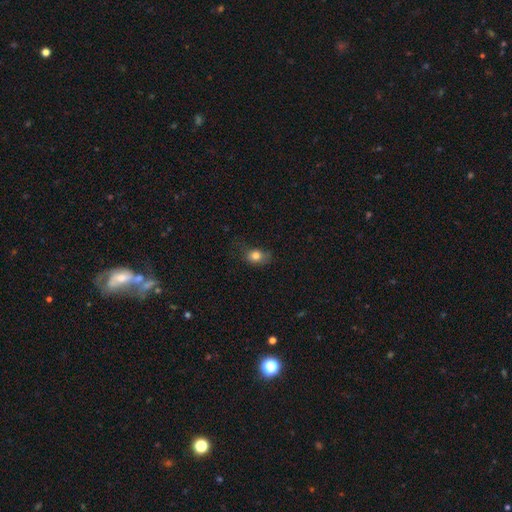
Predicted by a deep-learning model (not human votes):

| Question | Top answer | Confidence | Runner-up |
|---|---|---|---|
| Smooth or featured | smooth | 80% | star or artifact (11%) |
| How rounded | in between | 60% | round (38%) |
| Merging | none | 55% | minor disturbance (31%) |